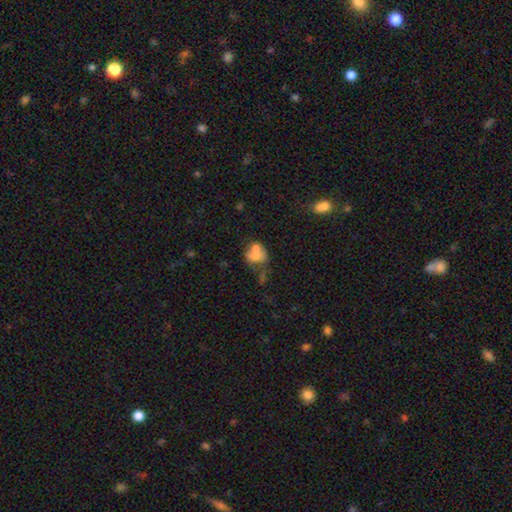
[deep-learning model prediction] The model was most divided on "how rounded": in between: 52%, round: 46%, cigar-shaped: 1%. More confident: smooth or featured — smooth (62%); merging — merger (51%).